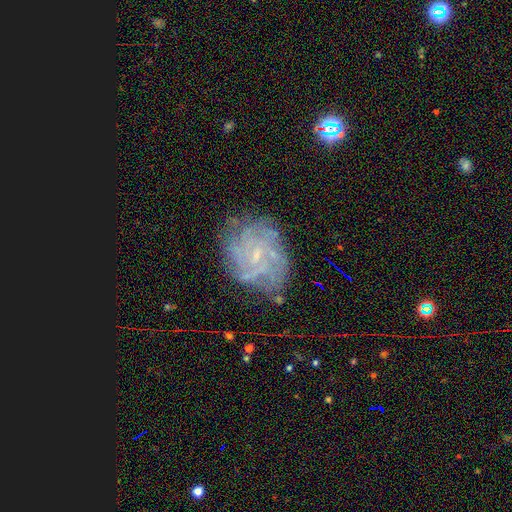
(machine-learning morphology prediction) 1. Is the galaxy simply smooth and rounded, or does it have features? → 72% featured or disk, 14% star or artifact, 13% smooth.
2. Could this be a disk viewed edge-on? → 97% no, 3% yes.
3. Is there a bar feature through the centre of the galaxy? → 61% no, 32% weak, 7% strong.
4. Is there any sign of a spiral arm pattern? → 91% yes, 9% no.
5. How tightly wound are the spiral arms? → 62% tight, 28% medium, 10% loose.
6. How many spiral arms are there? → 39% can't tell, 16% more than 4, 16% 4, 11% 3, 10% 2, 8% 1.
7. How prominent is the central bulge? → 81% small, 11% moderate, 6% none, 1% large, 1% dominant.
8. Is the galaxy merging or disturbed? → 77% none, 15% minor disturbance, 7% major disturbance, 2% merger.